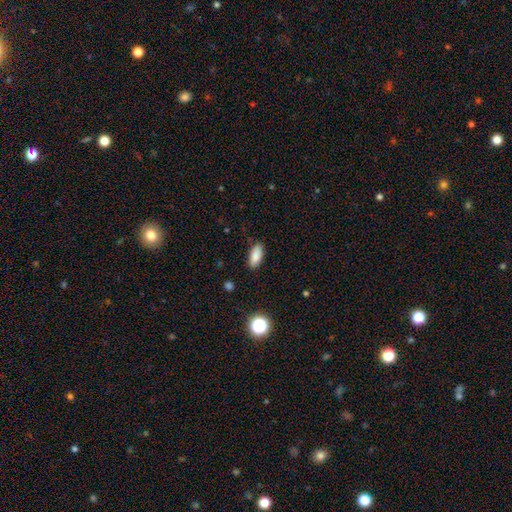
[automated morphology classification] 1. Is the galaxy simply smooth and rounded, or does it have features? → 87% smooth, 8% star or artifact, 5% featured or disk.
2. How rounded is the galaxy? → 86% in between, 11% cigar-shaped, 3% round.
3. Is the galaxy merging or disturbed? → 87% none, 9% minor disturbance, 2% major disturbance, 1% merger.